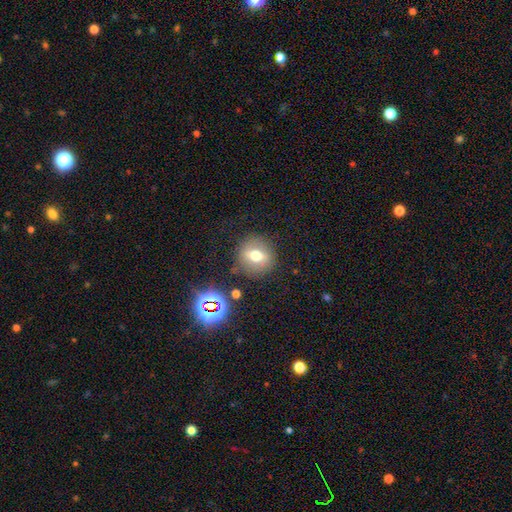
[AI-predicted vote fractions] A smooth galaxy with no disk features (60%) that is round (82%). Merging: none (83%).